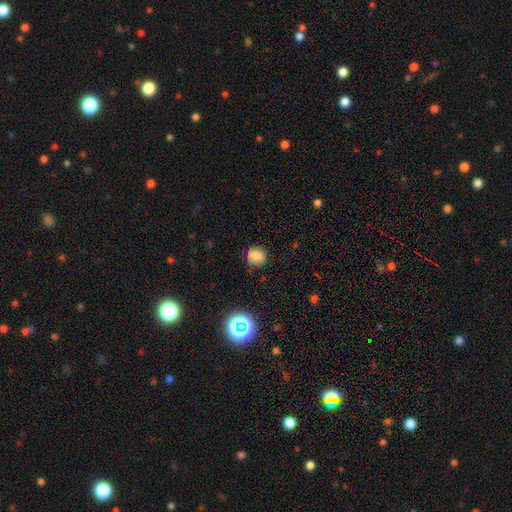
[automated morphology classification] smooth-or-featured: smooth: 77% | star or artifact: 14% | featured or disk: 9%
  how-rounded: round: 76% | in between: 23% | cigar-shaped: 1%
  merging: none: 79% | minor disturbance: 16% | major disturbance: 4% | merger: 1%